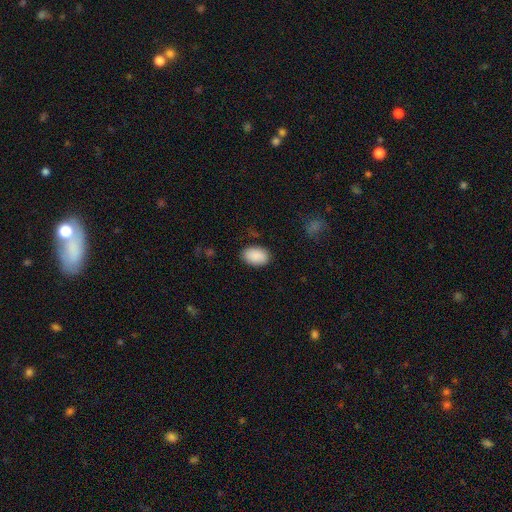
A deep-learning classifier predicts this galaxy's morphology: The model was most divided on "merging": none: 86%, minor disturbance: 10%, major disturbance: 3%, merger: 1%. More confident: smooth or featured — smooth (91%); how rounded — in between (90%).